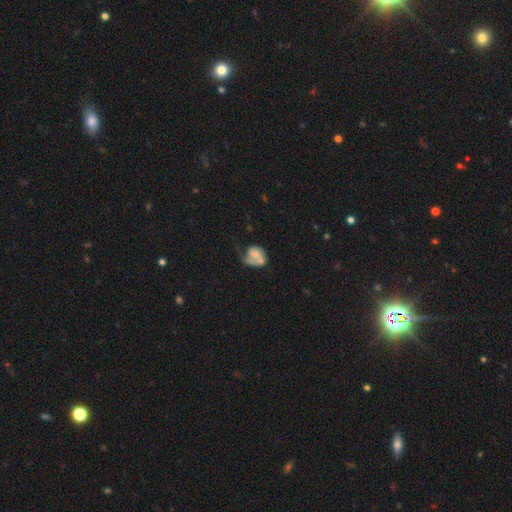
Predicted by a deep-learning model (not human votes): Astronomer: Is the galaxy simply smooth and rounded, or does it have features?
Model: featured or disk — 55% (runner-up: smooth, 37%).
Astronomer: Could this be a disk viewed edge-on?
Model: no — 98%.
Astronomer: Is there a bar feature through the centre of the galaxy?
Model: no — 78%.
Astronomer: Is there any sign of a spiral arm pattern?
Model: yes — 64%.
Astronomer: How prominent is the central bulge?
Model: small — 36% (runner-up: none, 29%).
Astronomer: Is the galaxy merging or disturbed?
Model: major disturbance — 37% (runner-up: none, 25%).